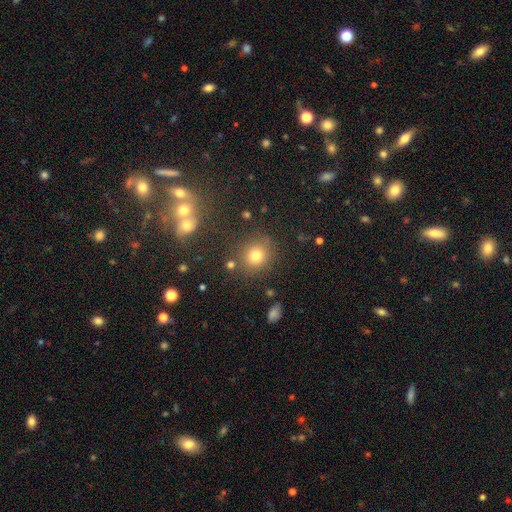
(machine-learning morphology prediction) Smooth or featured? smooth (75%)
How rounded? round (85%)
Merging? none (80%)